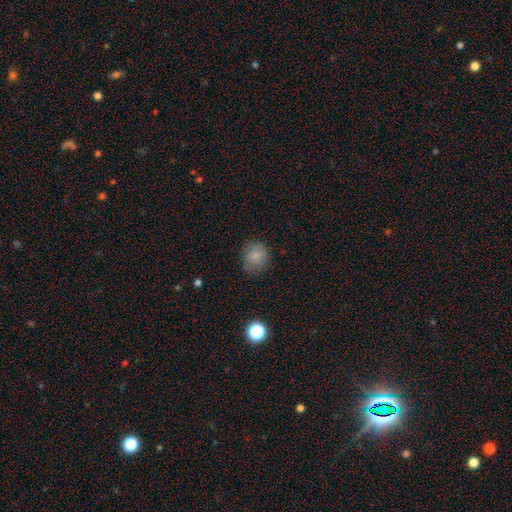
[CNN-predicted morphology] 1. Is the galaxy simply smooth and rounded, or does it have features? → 80% smooth, 11% star or artifact, 9% featured or disk.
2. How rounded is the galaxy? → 63% round, 36% in between, 1% cigar-shaped.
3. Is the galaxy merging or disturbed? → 75% none, 18% minor disturbance, 6% major disturbance, 1% merger.